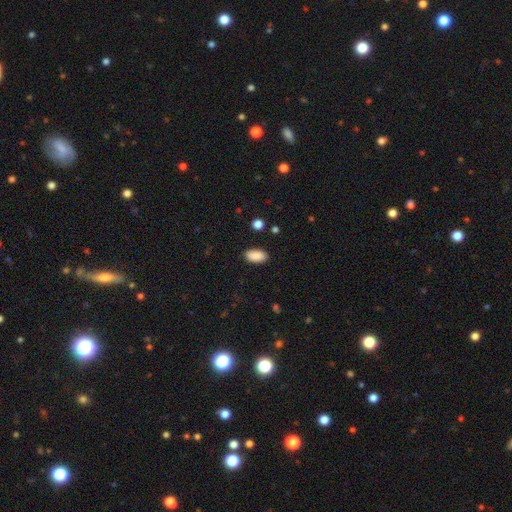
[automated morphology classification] Smooth or featured?
  - smooth: 89% *
  - star or artifact: 7%
  - featured or disk: 4%
How rounded?
  - in between: 94% *
  - cigar-shaped: 3%
  - round: 3%
Merging?
  - none: 87% *
  - minor disturbance: 9%
  - major disturbance: 2%
  - merger: 1%